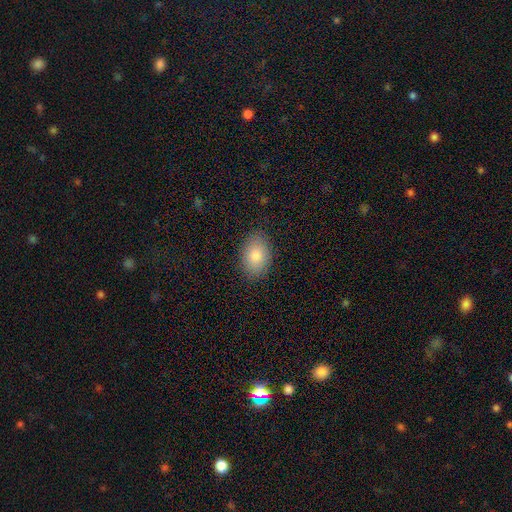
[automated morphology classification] This appears to be a smooth galaxy with no disk features (84%) that is in between round and cigar-shaped (85%). Merging: none (87%).